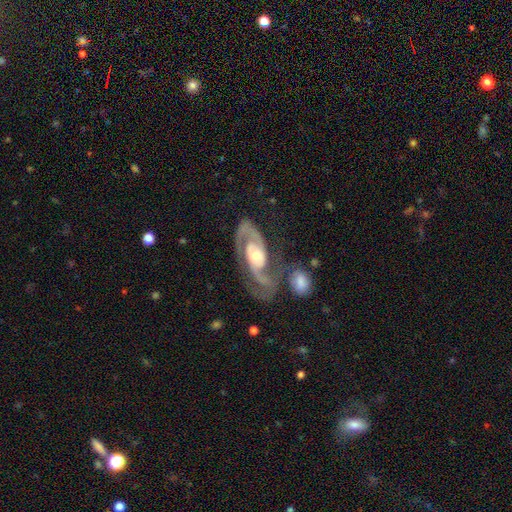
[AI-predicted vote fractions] Smooth or featured?
  - featured or disk: 91% *
  - smooth: 5%
  - star or artifact: 4%
Edge-on disk?
  - no: 97% *
  - yes: 3%
Bar?
  - no: 61% *
  - weak: 28%
  - strong: 12%
Spiral arms?
  - yes: 97% *
  - no: 3%
Spiral winding?
  - medium: 50% *
  - tight: 34%
  - loose: 15%
Spiral arm count?
  - 2: 86% *
  - 1: 5%
  - can't tell: 4%
  - 3: 3%
  - 4: 1%
  - more than 4: 1%
Bulge size?
  - moderate: 62% *
  - small: 27%
  - large: 8%
  - none: 1%
  - dominant: 1%
Merging?
  - none: 48% *
  - merger: 20%
  - minor disturbance: 16%
  - major disturbance: 16%